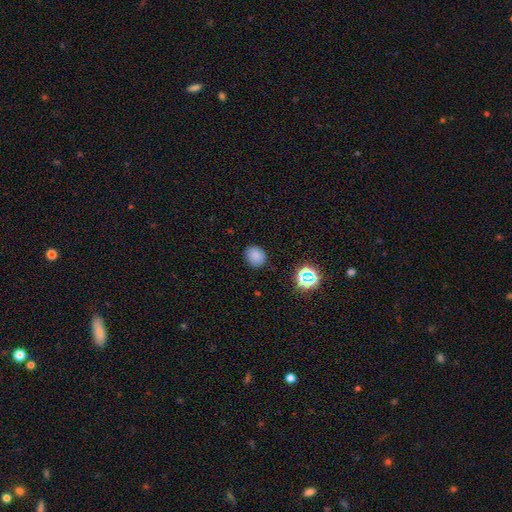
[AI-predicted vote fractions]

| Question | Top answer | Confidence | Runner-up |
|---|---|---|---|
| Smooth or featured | smooth | 80% | star or artifact (15%) |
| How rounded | round | 60% | in between (39%) |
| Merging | none | 85% | minor disturbance (11%) |